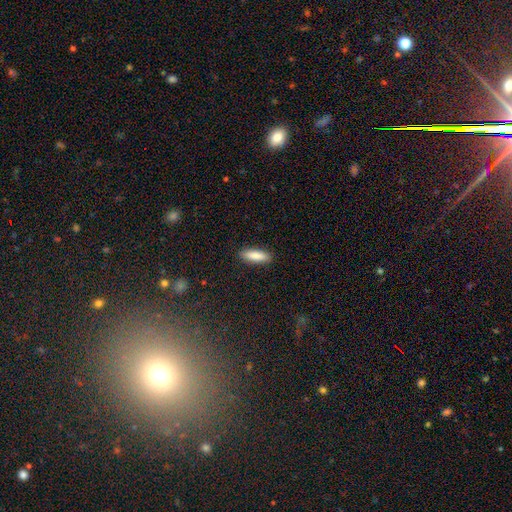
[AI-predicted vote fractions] Smooth or featured: smooth — 86% (featured or disk — 9%)
How rounded: cigar-shaped — 54% (in between — 44%)
Merging: none — 90% (minor disturbance — 7%)